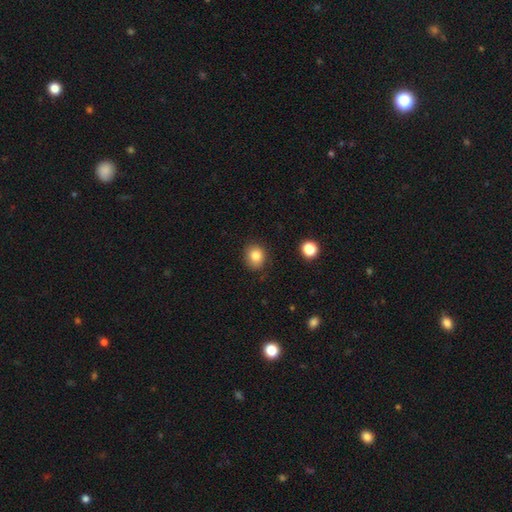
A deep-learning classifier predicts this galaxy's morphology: Smooth or featured?
  - smooth: 82% *
  - star or artifact: 11%
  - featured or disk: 7%
How rounded?
  - round: 72% *
  - in between: 27%
  - cigar-shaped: 1%
Merging?
  - none: 83% *
  - minor disturbance: 12%
  - major disturbance: 3%
  - merger: 2%